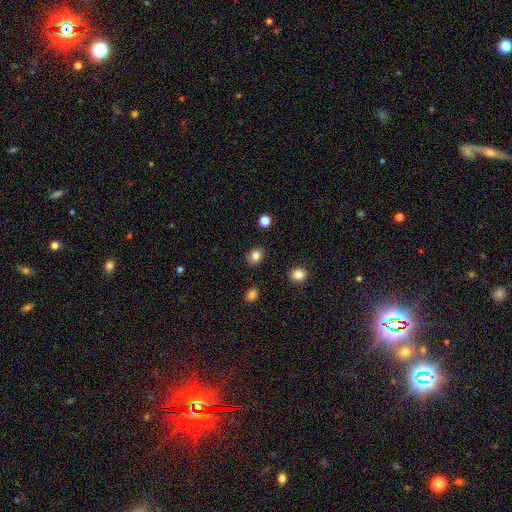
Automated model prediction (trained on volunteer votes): Morphology: type=smooth (84%); roundness=round (58%); merging=none (87%).